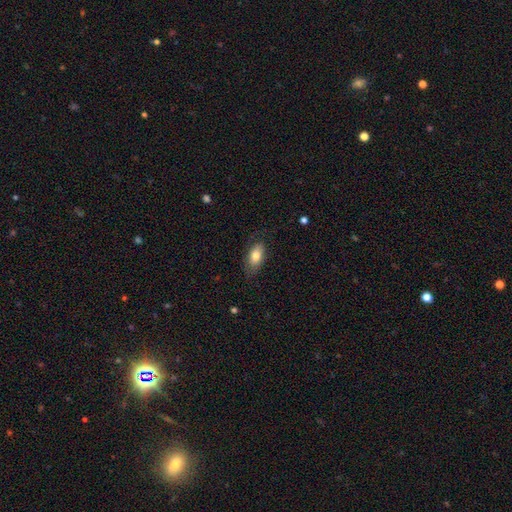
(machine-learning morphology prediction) A smooth galaxy with no disk features (76%) that is in between round and cigar-shaped (89%). Merging: none (72%).